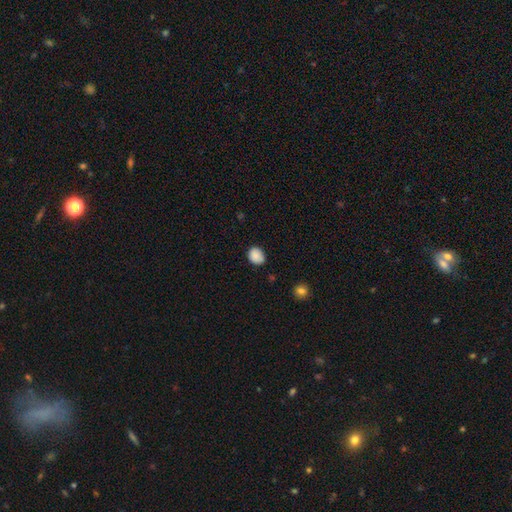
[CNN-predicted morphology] Smooth or featured: smooth — 88% (star or artifact — 8%)
How rounded: in between — 50% (round — 49%)
Merging: none — 78% (minor disturbance — 17%)